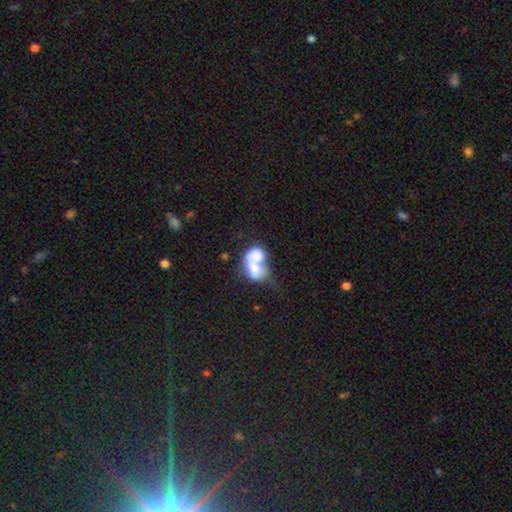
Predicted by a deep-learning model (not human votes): smooth 58%, featured or disk 35%, star or artifact 8%. Down the decision tree: how rounded — in between (71%); merging — merger (75%).